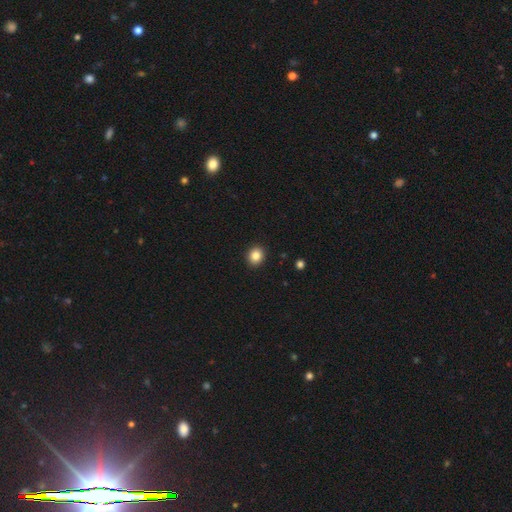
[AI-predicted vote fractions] Morphology: type=smooth (85%); roundness=round (72%); merging=none (92%).